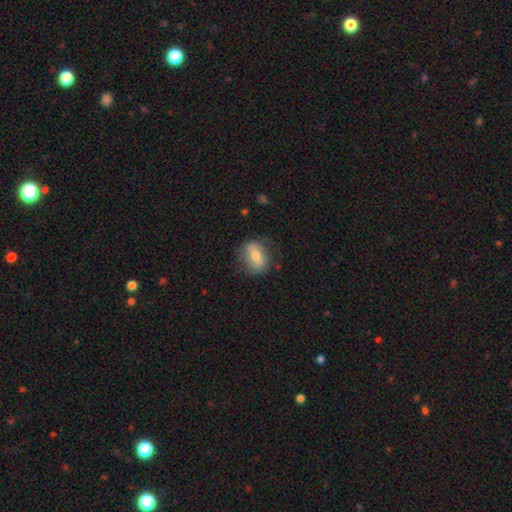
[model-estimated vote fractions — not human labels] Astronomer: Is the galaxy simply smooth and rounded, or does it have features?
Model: smooth — 57% (runner-up: featured or disk, 36%).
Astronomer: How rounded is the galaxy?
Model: in between — 60% (runner-up: round, 37%).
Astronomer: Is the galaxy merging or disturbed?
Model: none — 75%.